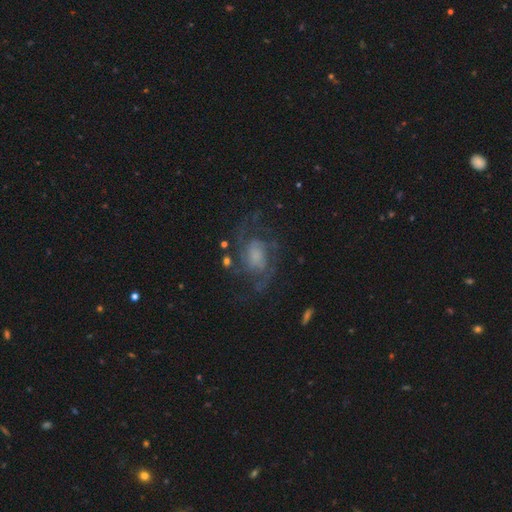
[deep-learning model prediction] The model was most divided on "bulge size": moderate: 26%, none: 25%, small: 25%, large: 21%, dominant: 3%. More confident: edge-on disk — no (97%); spiral arms — yes (93%); smooth or featured — featured or disk (81%); merging — none (65%); bar — no (59%); spiral winding — medium (50%); spiral arm count — 2 (50%).